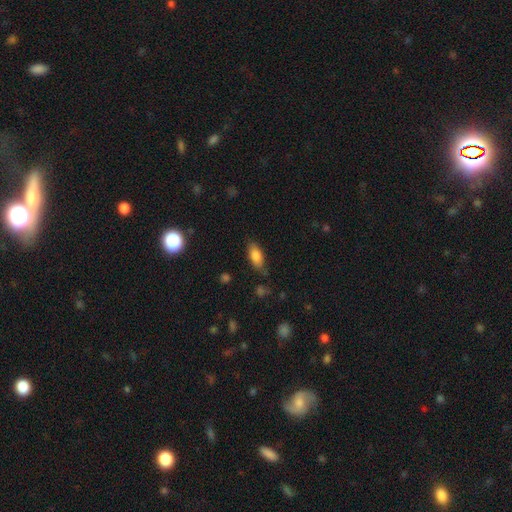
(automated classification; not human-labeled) Morphology: type=smooth (81%); roundness=in between (85%); merging=none (74%).